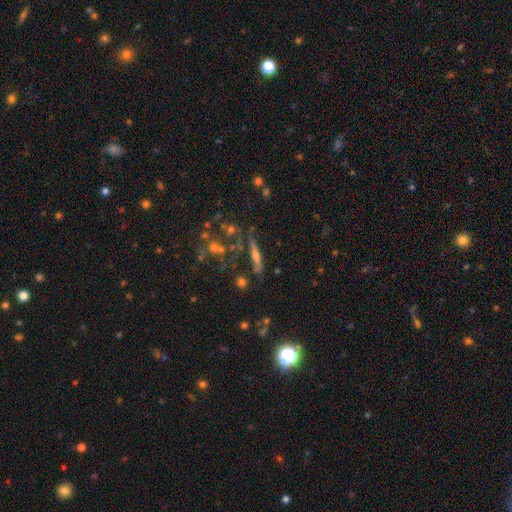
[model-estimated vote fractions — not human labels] A featured or disk galaxy (50%).

Vote fractions:
- Smooth or featured? featured or disk: 50% / smooth: 35% / star or artifact: 16%
- Merging? none: 71% / minor disturbance: 15% / merger: 8% / major disturbance: 6%